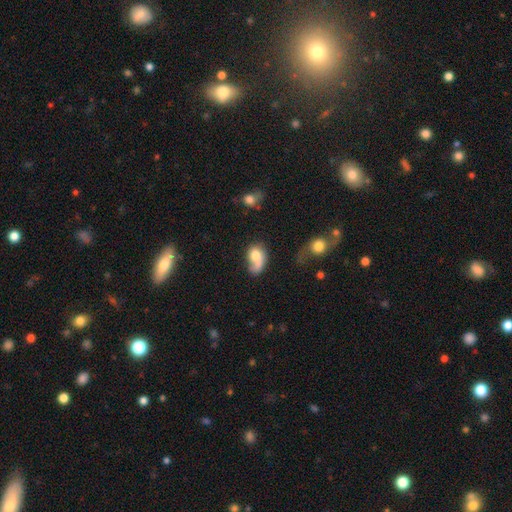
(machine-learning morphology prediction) Q: Smooth or featured?
A: smooth (65%); runner-up: featured or disk (26%)
Q: How rounded?
A: in between (71%); runner-up: round (27%)
Q: Merging?
A: major disturbance (28%); tied with: none (28%)